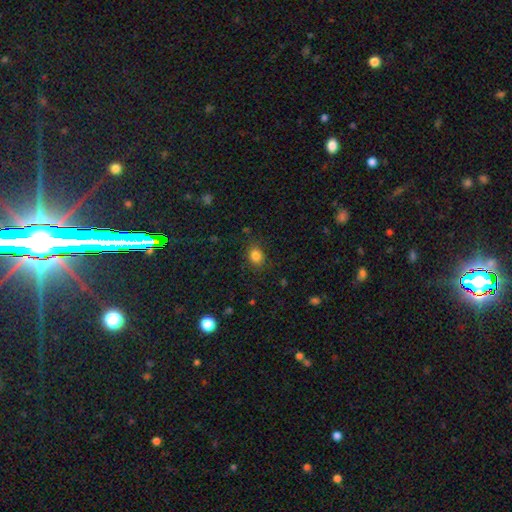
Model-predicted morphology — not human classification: A smooth galaxy with no disk features (83%) that is in between round and cigar-shaped (51%).

Vote fractions:
- Smooth or featured? smooth: 83% / star or artifact: 12% / featured or disk: 5%
- How rounded? in between: 51% / round: 48% / cigar-shaped: 1%
- Merging? none: 82% / minor disturbance: 12% / major disturbance: 4% / merger: 1%